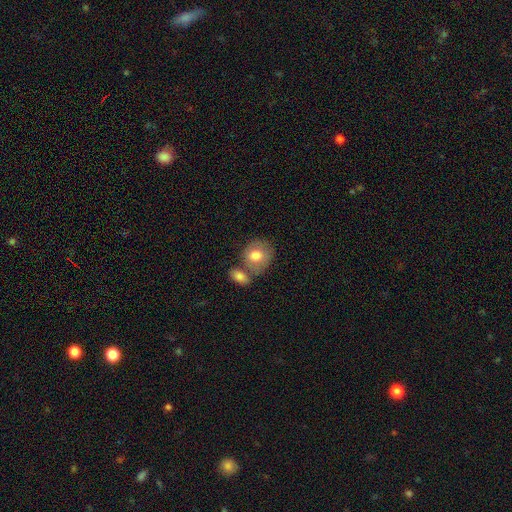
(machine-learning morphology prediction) This appears to be a smooth galaxy with no disk features (77%) that is round (70%). Merging: none (51%).